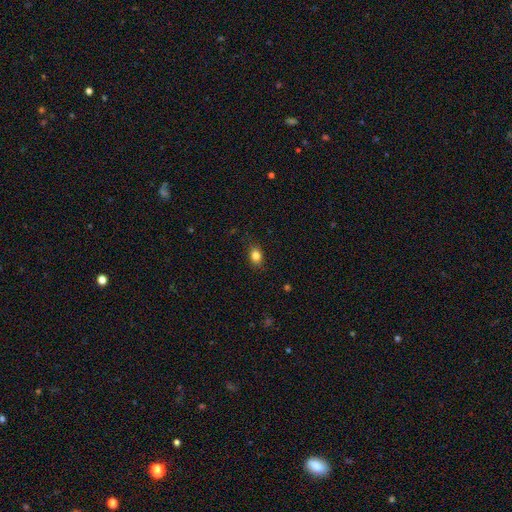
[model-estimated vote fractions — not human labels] smooth-or-featured: smooth: 83% | star or artifact: 10% | featured or disk: 7%
  how-rounded: in between: 70% | round: 28% | cigar-shaped: 2%
  merging: none: 83% | minor disturbance: 13% | major disturbance: 3% | merger: 1%